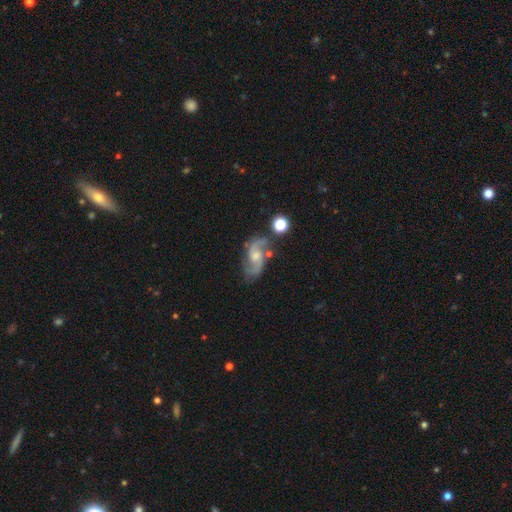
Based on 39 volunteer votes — Morphology: type=featured or disk (92%); edge-on=no (100%); bar=no (67%); spiral arms=yes (97%); winding=loose (57%); arm count=2 (97%); bulge=small (47%); merging=none (61%).